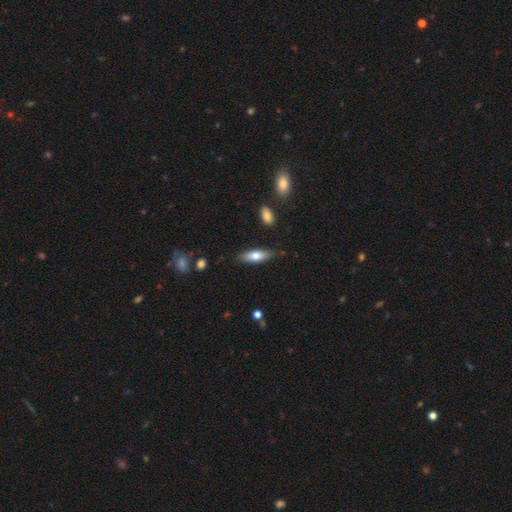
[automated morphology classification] A smooth galaxy with no disk features (71%) that is in between round and cigar-shaped (56%).

Vote fractions:
- Smooth or featured? smooth: 71% / featured or disk: 23% / star or artifact: 6%
- How rounded? in between: 56% / cigar-shaped: 42% / round: 2%
- Merging? none: 82% / minor disturbance: 13% / major disturbance: 3% / merger: 2%